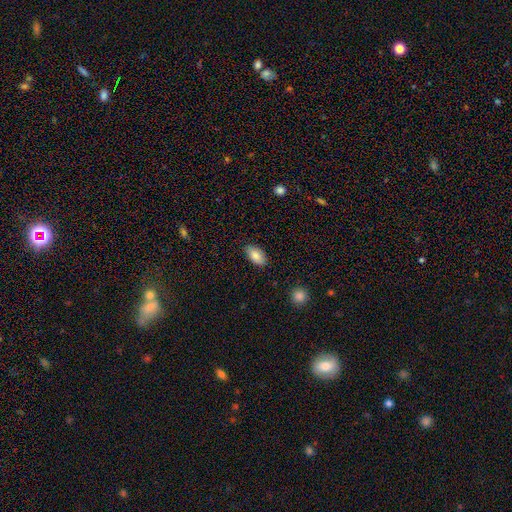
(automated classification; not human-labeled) smooth 85%, featured or disk 8%, star or artifact 7%. Down the decision tree: how rounded — in between (94%); merging — none (85%).